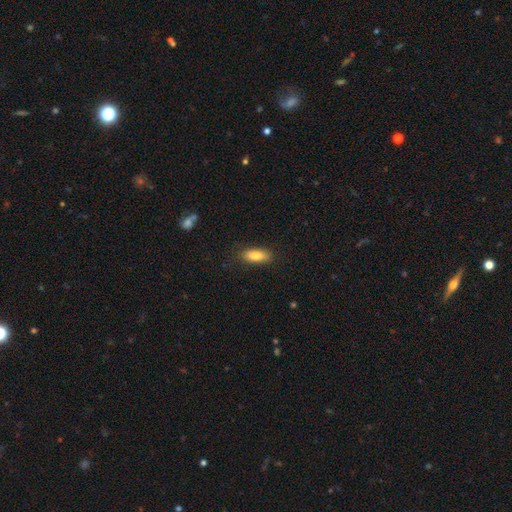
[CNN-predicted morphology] The model was most divided on "how rounded": in between: 79%, cigar-shaped: 19%, round: 3%. More confident: merging — none (84%); smooth or featured — smooth (83%).